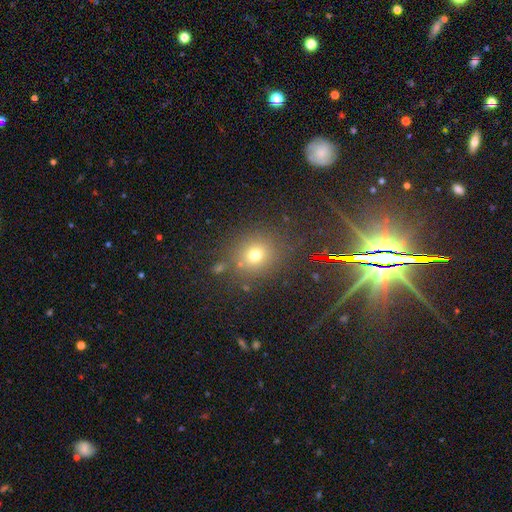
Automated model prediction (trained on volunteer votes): Smooth or featured?
  - smooth: 59% *
  - star or artifact: 31%
  - featured or disk: 10%
How rounded?
  - round: 85% *
  - in between: 14%
  - cigar-shaped: 1%
Merging?
  - none: 82% *
  - minor disturbance: 9%
  - merger: 5%
  - major disturbance: 4%